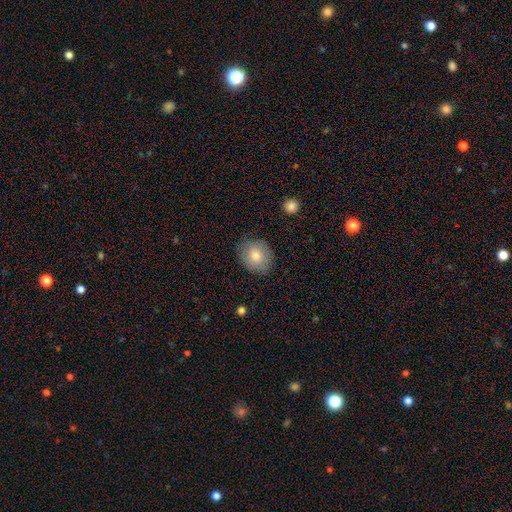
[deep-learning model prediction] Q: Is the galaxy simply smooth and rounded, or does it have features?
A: smooth — 73%.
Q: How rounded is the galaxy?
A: round — 65%.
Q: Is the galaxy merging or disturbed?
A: none — 82%.